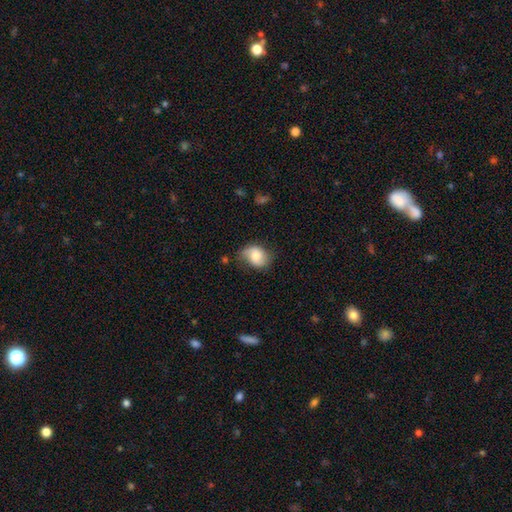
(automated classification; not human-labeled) Overall: smooth (65%; featured or disk 27%). How rounded: in between (62%; round 37%). Merging: none (60%; minor disturbance 30%).